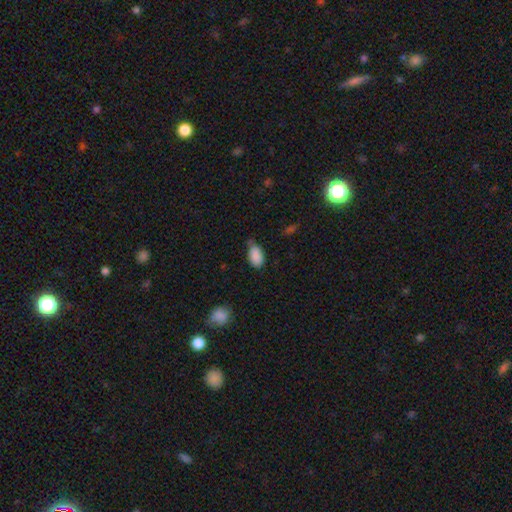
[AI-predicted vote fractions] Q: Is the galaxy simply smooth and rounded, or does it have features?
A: smooth — 88%.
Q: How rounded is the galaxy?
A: in between — 92%.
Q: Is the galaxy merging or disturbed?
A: none — 60%.